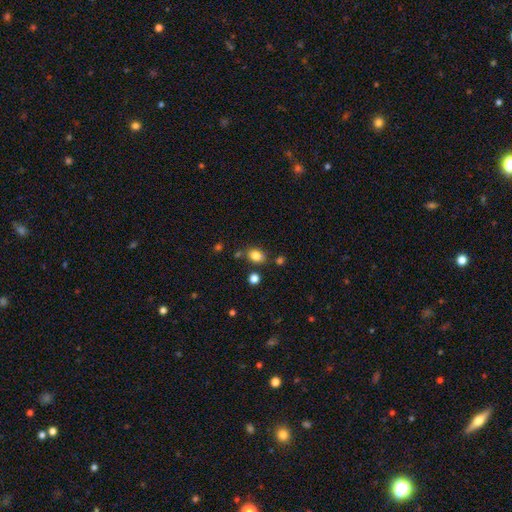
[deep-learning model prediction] smooth_or_featured: smooth (p=0.82) [alt: star or artifact p=0.11]
how_rounded: in between (p=0.64) [alt: round p=0.34]
merging: none (p=0.75) [alt: minor disturbance p=0.14]